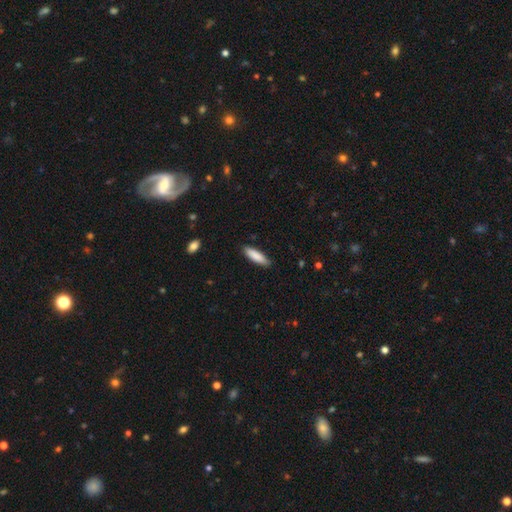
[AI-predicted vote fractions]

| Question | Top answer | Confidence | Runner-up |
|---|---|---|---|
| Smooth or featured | smooth | 86% | featured or disk (8%) |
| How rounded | cigar-shaped | 65% | in between (34%) |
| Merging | none | 87% | minor disturbance (10%) |